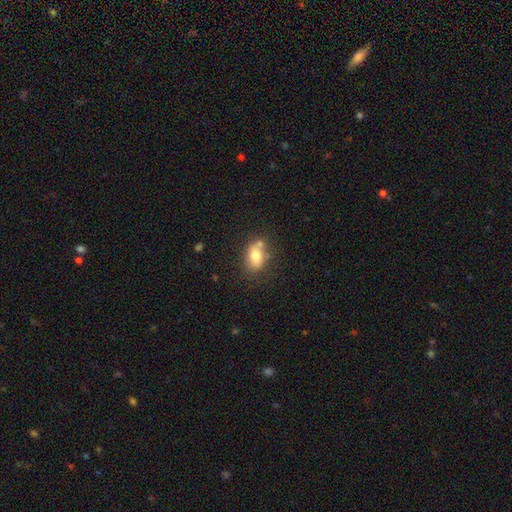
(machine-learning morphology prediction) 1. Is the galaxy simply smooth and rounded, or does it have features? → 73% smooth, 18% featured or disk, 9% star or artifact.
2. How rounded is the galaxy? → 76% in between, 22% round, 2% cigar-shaped.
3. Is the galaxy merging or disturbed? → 55% none, 21% minor disturbance, 18% merger, 6% major disturbance.